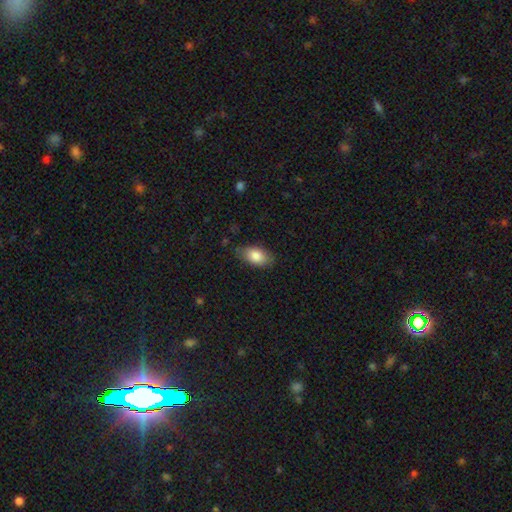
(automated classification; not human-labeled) Morphology: type=smooth (84%); roundness=in between (91%); merging=none (78%).